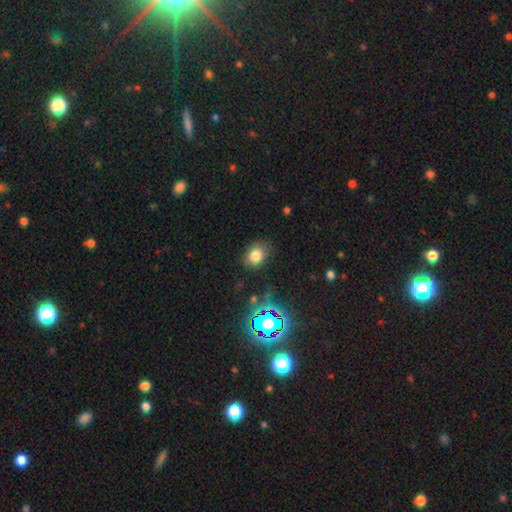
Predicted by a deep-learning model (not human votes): This appears to be a smooth galaxy with no disk features (77%) that is in between round and cigar-shaped (51%). Merging: none (77%).